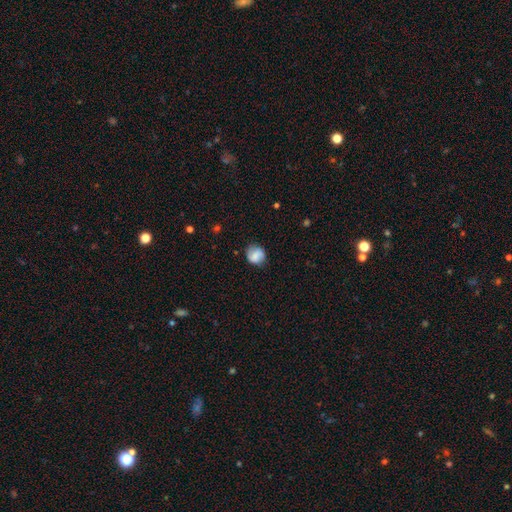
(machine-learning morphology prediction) type=smooth (67%); roundness=round (79%); merging=none (73%).